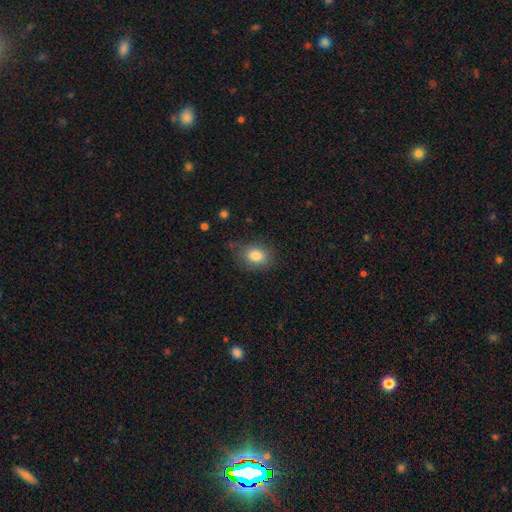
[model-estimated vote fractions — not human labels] Smooth or featured? Predicted: smooth (p=0.83). How rounded? Predicted: in between (p=0.60). Merging? Predicted: none (p=0.69).